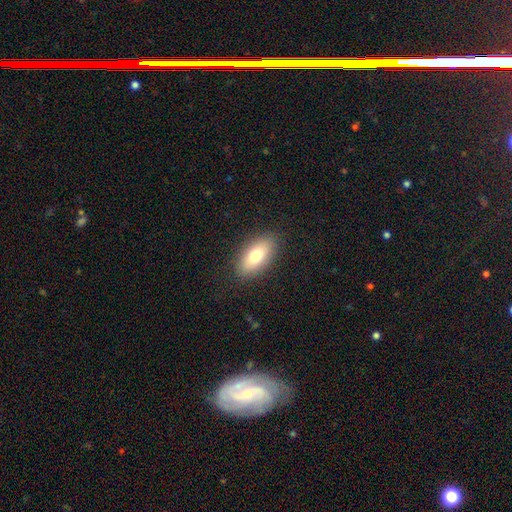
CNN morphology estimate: Q: Smooth or featured?
A: smooth (76%); runner-up: featured or disk (16%)
Q: How rounded?
A: in between (88%); runner-up: cigar-shaped (9%)
Q: Merging?
A: none (87%); runner-up: minor disturbance (10%)